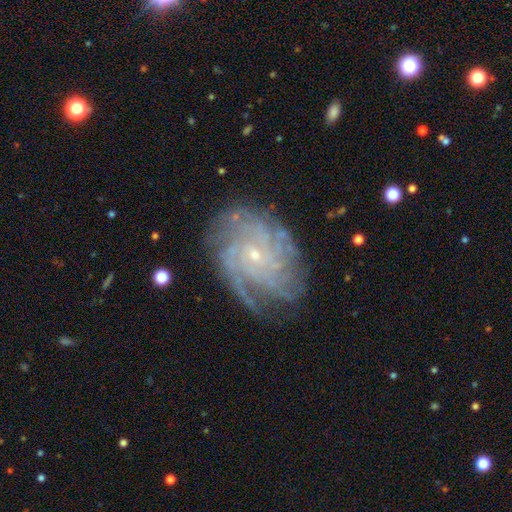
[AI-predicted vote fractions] featured or disk 86%, star or artifact 7%, smooth 7%. Down the decision tree: edge-on disk — no (97%); bar — no (72%); spiral arms — yes (96%); spiral arm count — can't tell (29%); spiral winding — tight (67%); bulge size — small (85%); merging — none (73%).